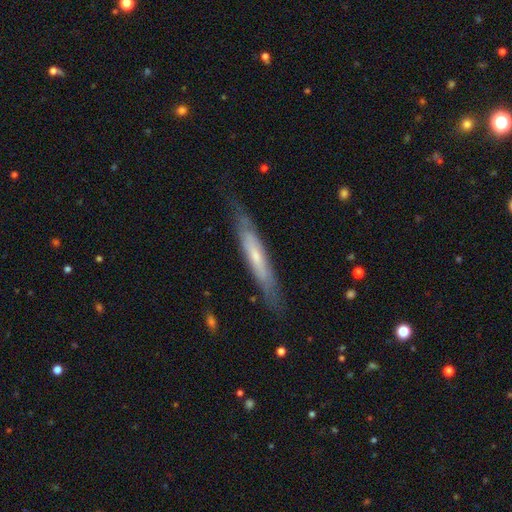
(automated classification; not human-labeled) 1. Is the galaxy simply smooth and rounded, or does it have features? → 56% featured or disk, 38% smooth, 6% star or artifact.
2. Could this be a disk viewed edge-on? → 75% yes, 25% no.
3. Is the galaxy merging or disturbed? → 76% none, 18% minor disturbance, 5% major disturbance, 1% merger.